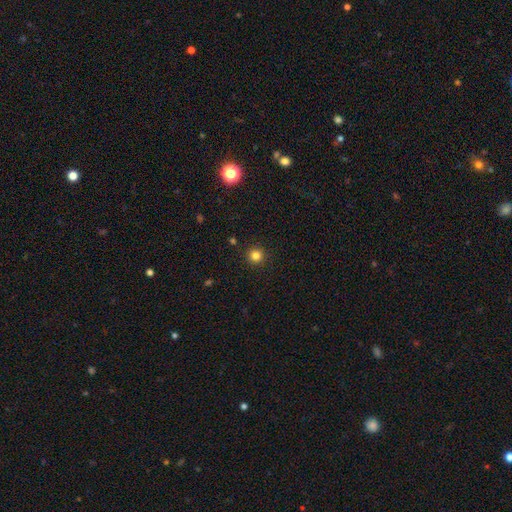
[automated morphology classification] A smooth galaxy with no disk features (82%) that is round (95%). Merging: none (92%).